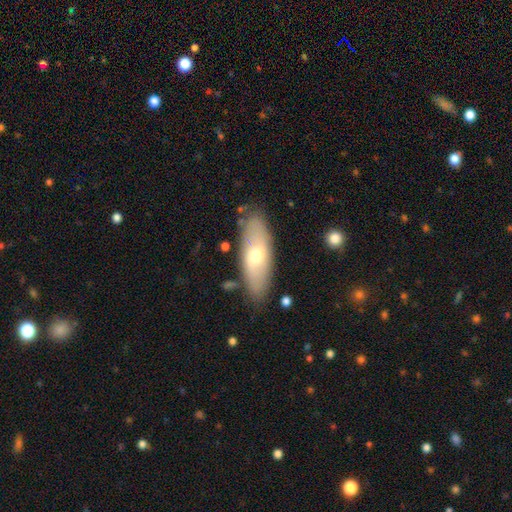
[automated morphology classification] Overall: smooth (57%; featured or disk 37%). How rounded: in between (70%). Merging: none (82%).